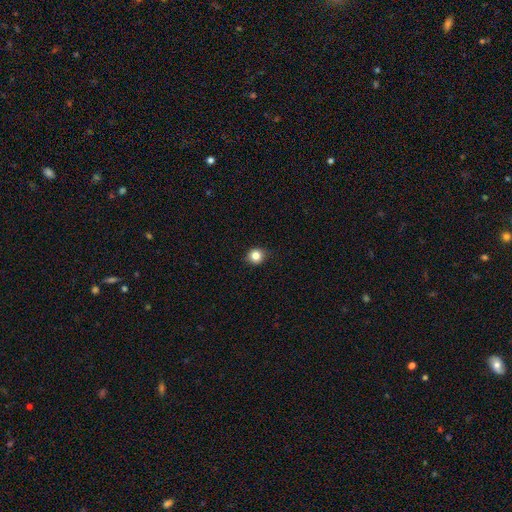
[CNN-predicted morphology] smooth 83%, star or artifact 11%, featured or disk 6%. Down the decision tree: how rounded — round (89%); merging — none (89%).